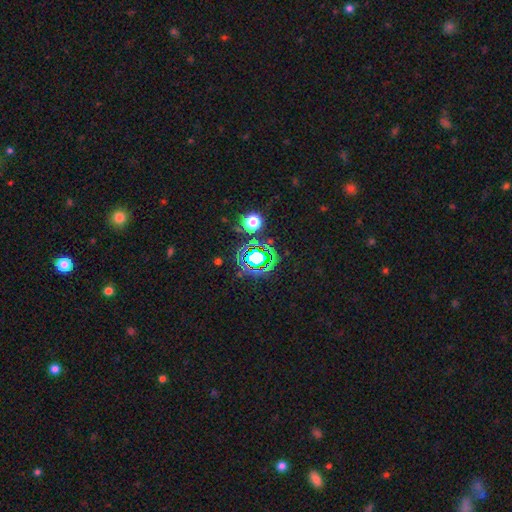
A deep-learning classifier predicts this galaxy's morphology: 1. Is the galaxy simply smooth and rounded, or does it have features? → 64% star or artifact, 22% smooth, 14% featured or disk.